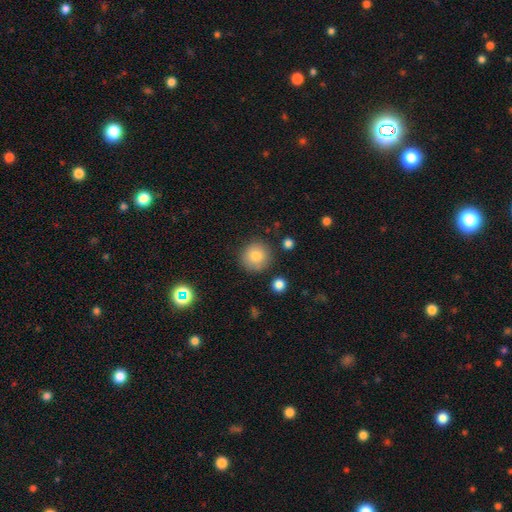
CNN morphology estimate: Q: Smooth or featured?
A: smooth (82%); runner-up: star or artifact (10%)
Q: How rounded?
A: round (92%); runner-up: in between (7%)
Q: Merging?
A: none (85%); runner-up: minor disturbance (9%)